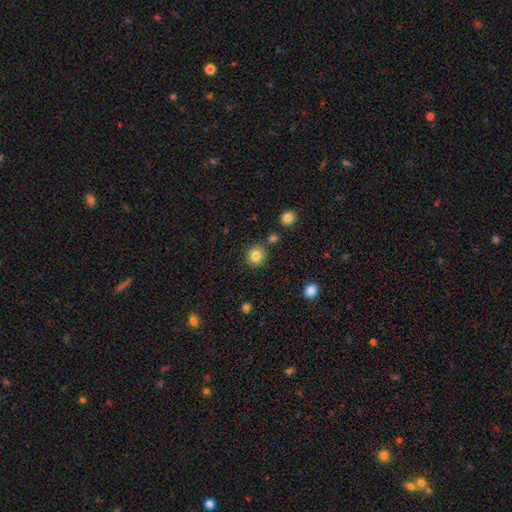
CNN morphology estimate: type=smooth (83%); roundness=round (91%); merging=none (85%).